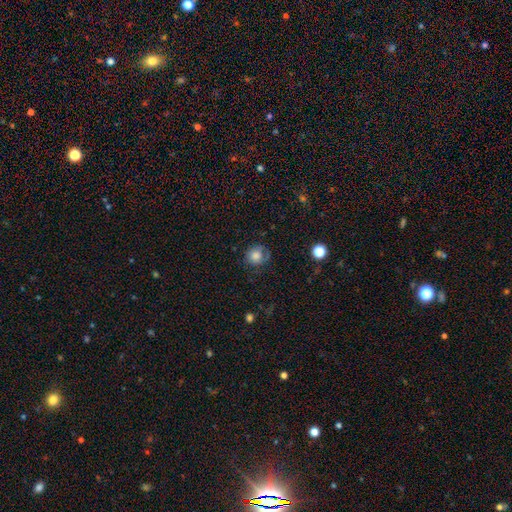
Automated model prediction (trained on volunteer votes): Morphology: type=smooth (76%); roundness=round (83%); merging=none (64%).